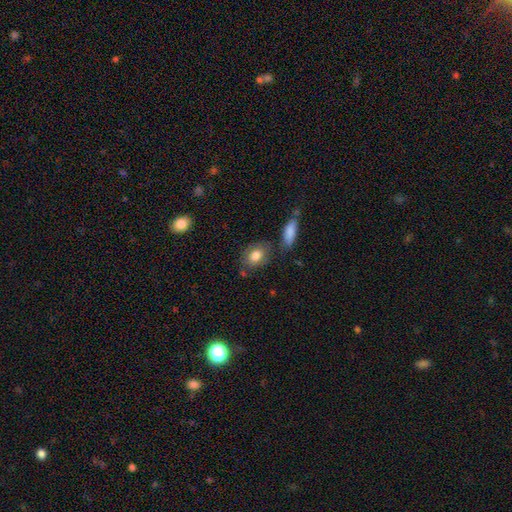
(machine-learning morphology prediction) smooth_or_featured: smooth (p=0.80) [alt: featured or disk p=0.13]
how_rounded: in between (p=0.73) [alt: round p=0.25]
merging: none (p=0.69) [alt: minor disturbance p=0.17]